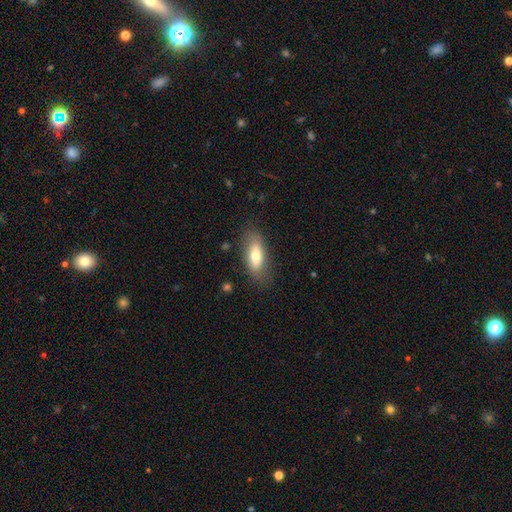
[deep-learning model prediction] Morphology: type=smooth (70%); roundness=in between (76%); merging=none (79%).